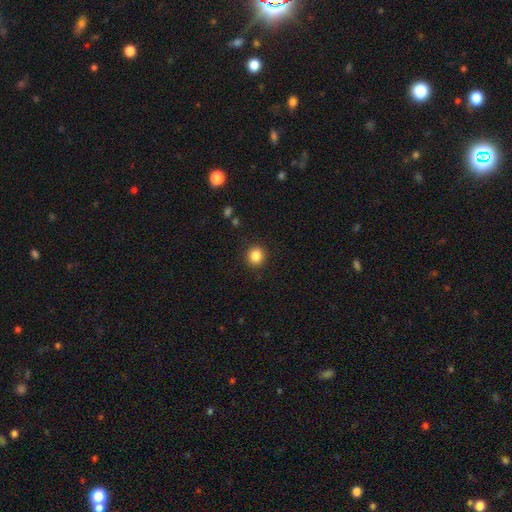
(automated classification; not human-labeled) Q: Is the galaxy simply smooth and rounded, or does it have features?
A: smooth — 85%.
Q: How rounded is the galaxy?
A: round — 92%.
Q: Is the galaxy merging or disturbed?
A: none — 90%.